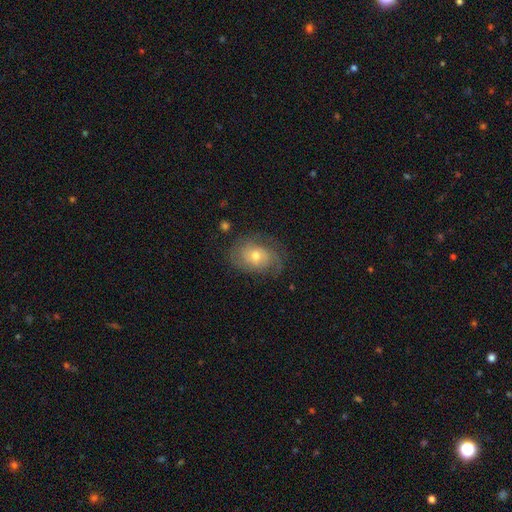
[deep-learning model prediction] A featured or disk galaxy (71%) with no bar (71%), 2 (36%) tight (49%) spiral arms (89%) and a moderate central bulge (57%).

Vote fractions:
- Smooth or featured? featured or disk: 71% / smooth: 21% / star or artifact: 8%
- Edge-on disk? no: 96% / yes: 4%
- Bar? no: 71% / weak: 25% / strong: 4%
- Spiral arms? yes: 89% / no: 11%
- Spiral winding? tight: 49% / medium: 35% / loose: 16%
- Spiral arm count? 2: 36% / can't tell: 31% / 3: 15% / 1: 10% / 4: 4% / more than 4: 4%
- Bulge size? moderate: 57% / small: 38% / large: 3% / none: 1% / dominant: 1%
- Merging? none: 68% / minor disturbance: 20% / major disturbance: 11% / merger: 1%